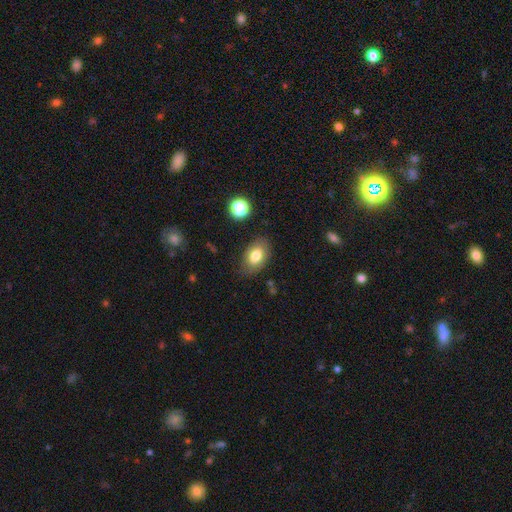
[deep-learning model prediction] Smooth or featured?
  - smooth: 78% *
  - featured or disk: 14%
  - star or artifact: 8%
How rounded?
  - in between: 89% *
  - round: 9%
  - cigar-shaped: 2%
Merging?
  - none: 80% *
  - minor disturbance: 14%
  - major disturbance: 4%
  - merger: 2%